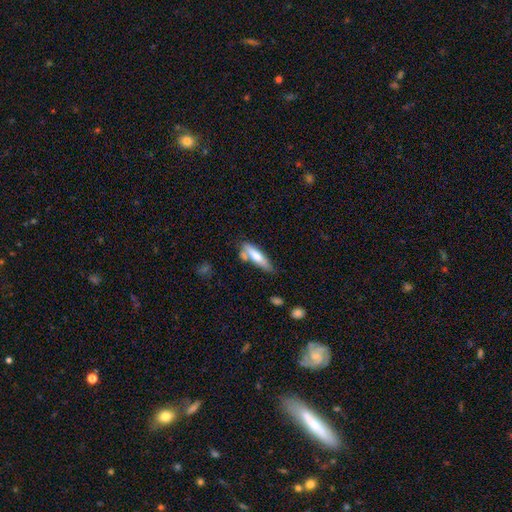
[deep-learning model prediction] A smooth galaxy with no disk features (67%) that is cigar-shaped (66%).

Vote fractions:
- Smooth or featured? smooth: 67% / featured or disk: 27% / star or artifact: 6%
- How rounded? cigar-shaped: 66% / in between: 32% / round: 2%
- Merging? none: 50% / minor disturbance: 23% / merger: 19% / major disturbance: 8%